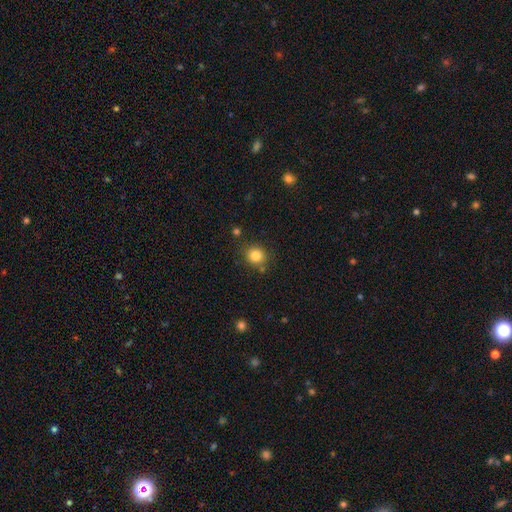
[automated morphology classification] type=smooth (83%); roundness=round (85%); merging=none (81%).